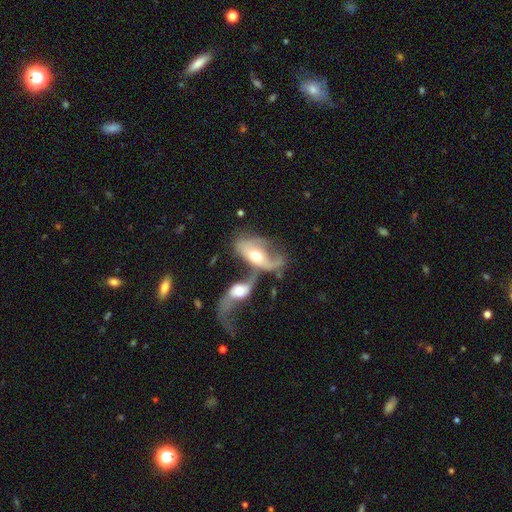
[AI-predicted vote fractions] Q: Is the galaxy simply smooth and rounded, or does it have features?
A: featured or disk — 63%.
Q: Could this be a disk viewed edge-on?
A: no — 89%.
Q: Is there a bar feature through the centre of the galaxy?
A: no — 58%.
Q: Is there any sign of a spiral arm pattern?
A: yes — 70%.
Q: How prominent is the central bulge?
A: moderate — 68%.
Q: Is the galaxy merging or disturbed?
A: merger — 70%.